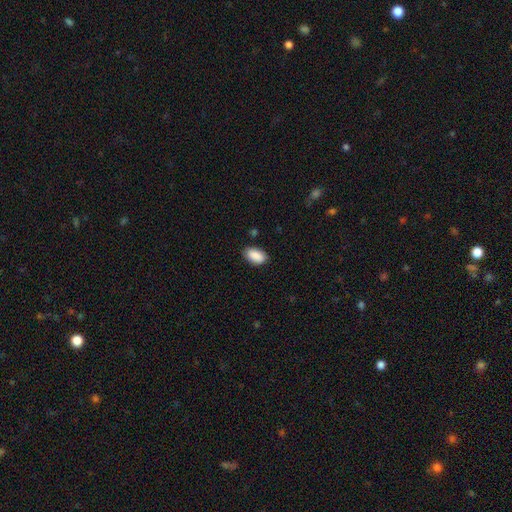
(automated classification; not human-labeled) The model was most divided on "merging": none: 83%, minor disturbance: 14%, major disturbance: 2%, merger: 1%. More confident: how rounded — in between (93%); smooth or featured — smooth (90%).